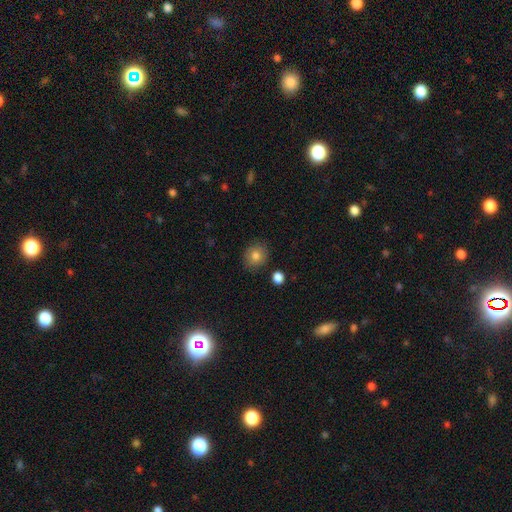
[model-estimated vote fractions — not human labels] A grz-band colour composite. It shows a smooth galaxy with no disk features (81%) that is round (73%). Merging: none (86%).